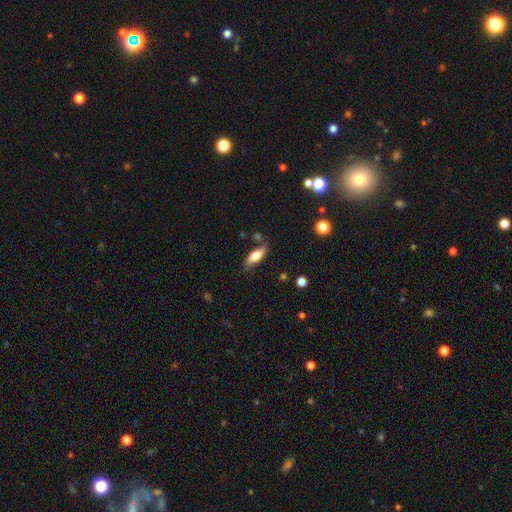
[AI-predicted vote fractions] Q: Smooth or featured?
A: smooth (60%); runner-up: featured or disk (33%)
Q: How rounded?
A: in between (61%); runner-up: cigar-shaped (36%)
Q: Merging?
A: none (71%); runner-up: minor disturbance (20%)